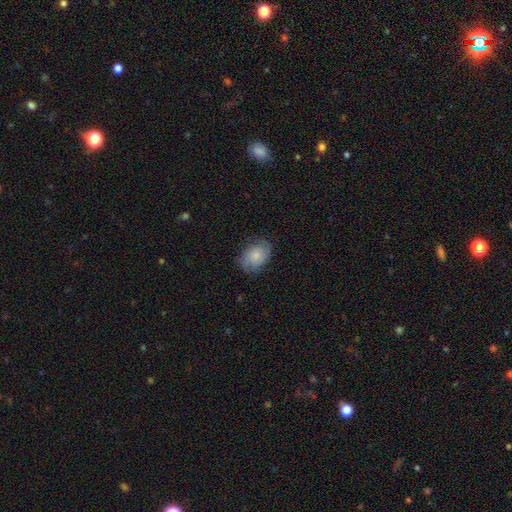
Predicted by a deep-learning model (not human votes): Smooth or featured: smooth — 67% (featured or disk — 25%)
How rounded: in between — 75% (round — 24%)
Merging: none — 73% (minor disturbance — 20%)